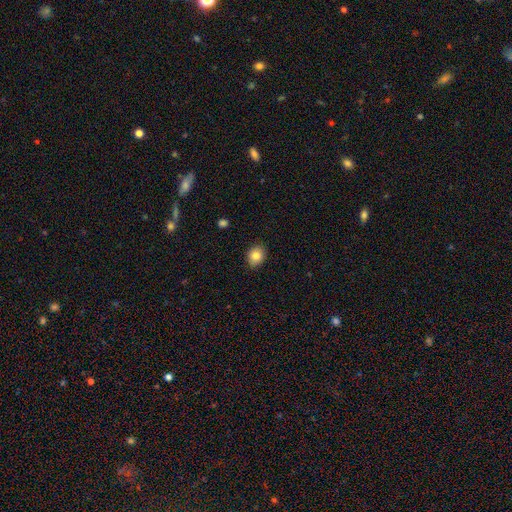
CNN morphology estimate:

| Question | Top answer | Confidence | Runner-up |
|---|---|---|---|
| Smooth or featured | smooth | 83% | star or artifact (9%) |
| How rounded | round | 52% | in between (47%) |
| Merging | none | 87% | minor disturbance (9%) |